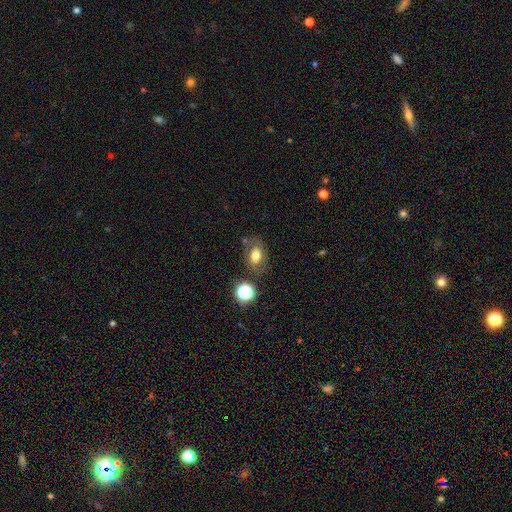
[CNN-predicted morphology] Overall: smooth (65%). How rounded: in between (75%). Merging: none (69%).